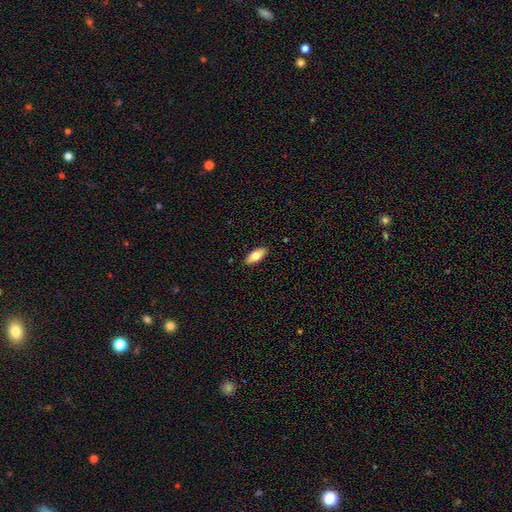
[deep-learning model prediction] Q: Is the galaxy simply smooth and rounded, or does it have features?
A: smooth — 74%.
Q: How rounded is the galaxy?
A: in between — 84%.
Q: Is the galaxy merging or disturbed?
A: none — 89%.